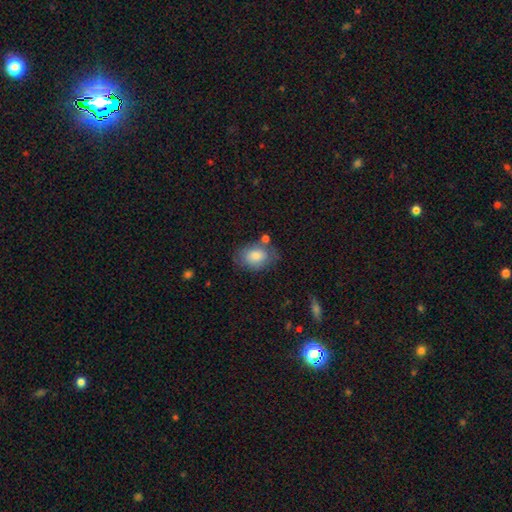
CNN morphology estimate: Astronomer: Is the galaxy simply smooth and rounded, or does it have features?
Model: smooth — 81%.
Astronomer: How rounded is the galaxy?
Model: in between — 78%.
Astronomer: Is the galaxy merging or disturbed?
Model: none — 67%.